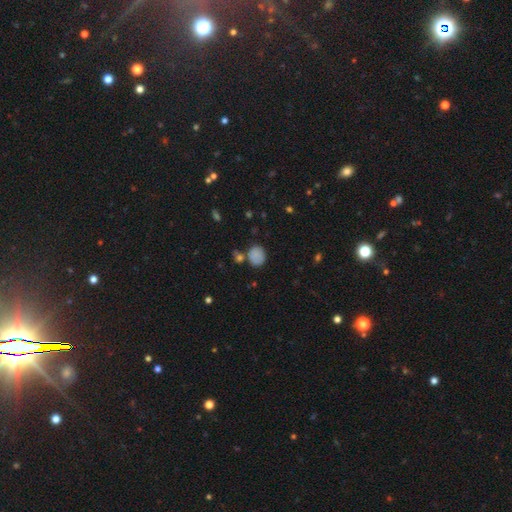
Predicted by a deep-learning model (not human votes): smooth 80%, star or artifact 12%, featured or disk 8%. Down the decision tree: how rounded — round (63%); merging — none (65%).